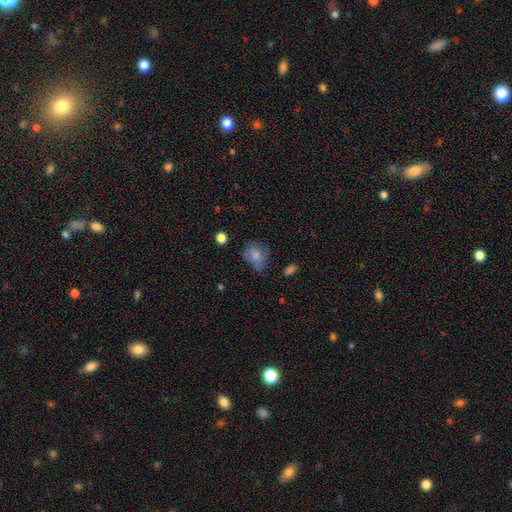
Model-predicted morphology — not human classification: Q: Smooth or featured?
A: smooth (76%); runner-up: featured or disk (15%)
Q: How rounded?
A: in between (51%); runner-up: round (48%)
Q: Merging?
A: none (50%); runner-up: minor disturbance (33%)